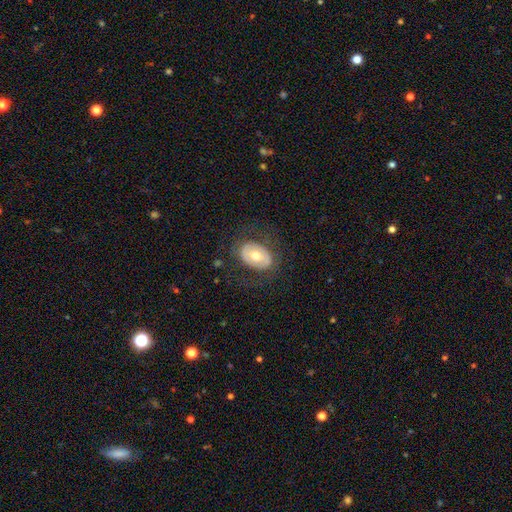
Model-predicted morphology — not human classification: A smooth galaxy with no disk features (48%).

Vote fractions:
- Smooth or featured? smooth: 48% / featured or disk: 45% / star or artifact: 7%
- Merging? none: 74% / minor disturbance: 14% / major disturbance: 10% / merger: 1%